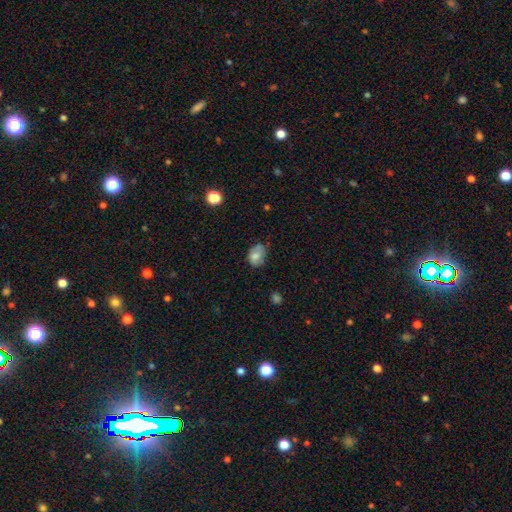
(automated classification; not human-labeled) This is likely a smooth galaxy (74%). How rounded: likely in between (69%). Merging: possibly none (54%).